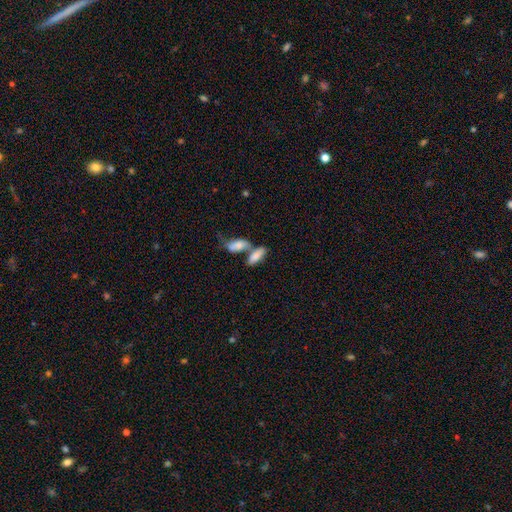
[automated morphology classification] A smooth galaxy with no disk features (77%) that is in between round and cigar-shaped (72%). Merging: merger (58%).